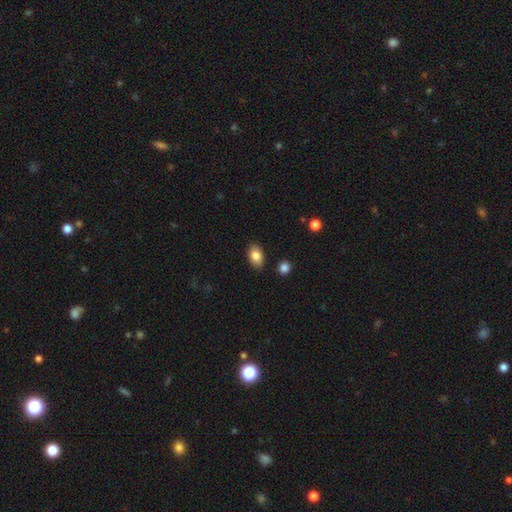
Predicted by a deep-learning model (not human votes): Overall: smooth (84%). How rounded: in between (89%). Merging: none (86%).